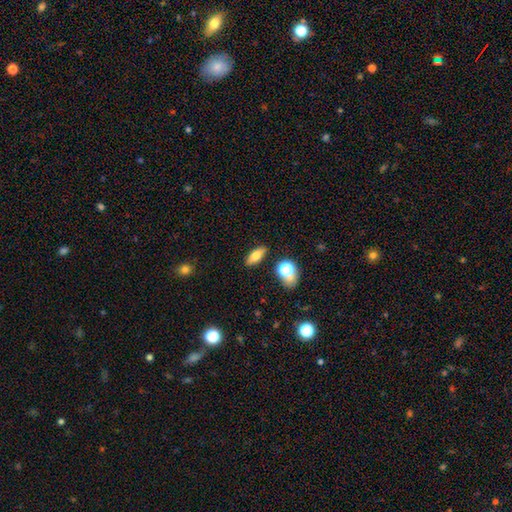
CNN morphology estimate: smooth-or-featured: smooth: 69% | featured or disk: 21% | star or artifact: 10%
  how-rounded: in between: 72% | cigar-shaped: 21% | round: 7%
  merging: none: 85% | minor disturbance: 9% | merger: 4% | major disturbance: 2%